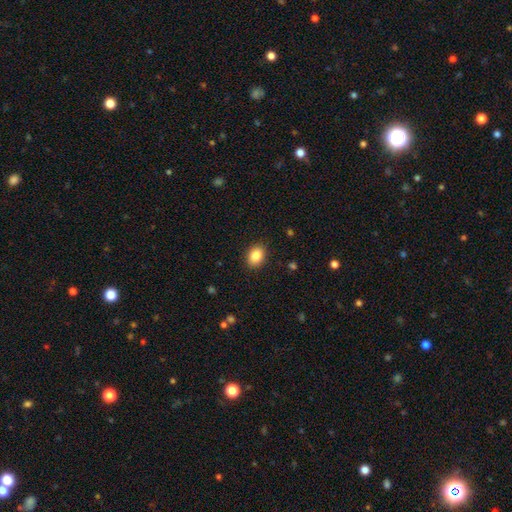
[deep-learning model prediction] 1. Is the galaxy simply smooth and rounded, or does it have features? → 86% smooth, 8% star or artifact, 5% featured or disk.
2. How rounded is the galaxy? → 71% in between, 28% round, 1% cigar-shaped.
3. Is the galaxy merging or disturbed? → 89% none, 8% minor disturbance, 2% major disturbance, 1% merger.